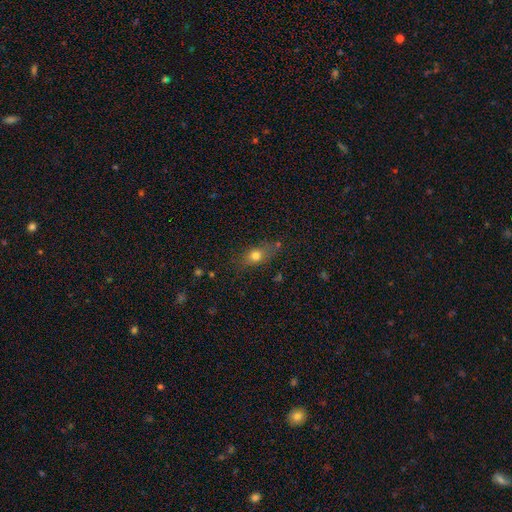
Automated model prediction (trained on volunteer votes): Smooth or featured? Predicted: smooth (p=0.73). How rounded? Predicted: in between (p=0.63). Merging? Predicted: none (p=0.68).